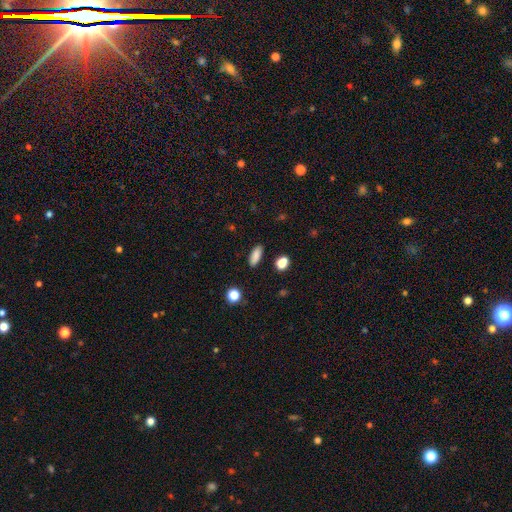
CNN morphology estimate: Q: Smooth or featured?
A: smooth (86%); runner-up: star or artifact (9%)
Q: How rounded?
A: in between (70%); runner-up: cigar-shaped (26%)
Q: Merging?
A: none (88%); runner-up: minor disturbance (8%)